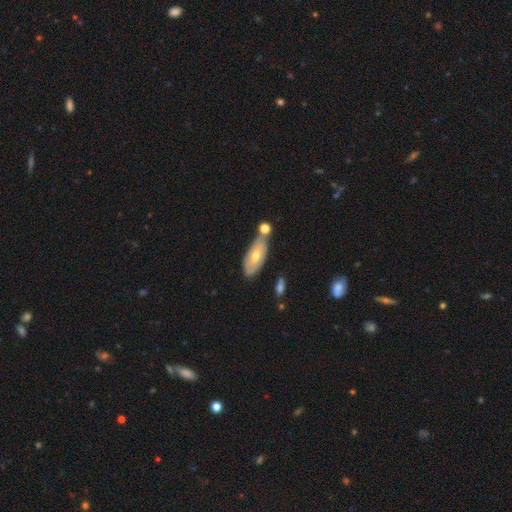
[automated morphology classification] Smooth or featured?
  - smooth: 51% *
  - featured or disk: 43%
  - star or artifact: 7%
How rounded?
  - in between: 82% *
  - cigar-shaped: 15%
  - round: 3%
Merging?
  - none: 60% *
  - minor disturbance: 18%
  - merger: 18%
  - major disturbance: 4%